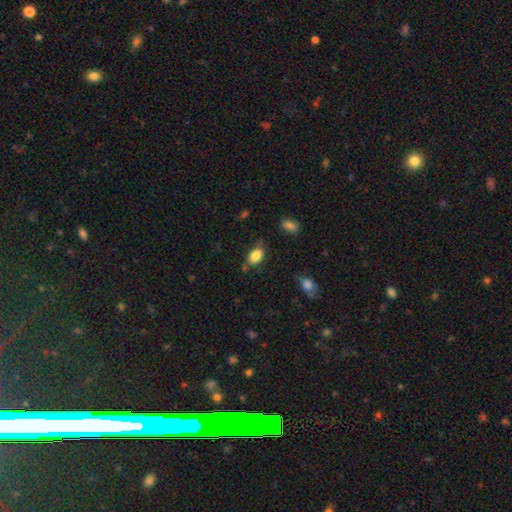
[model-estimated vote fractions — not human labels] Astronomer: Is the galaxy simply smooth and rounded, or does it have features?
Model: smooth — 84%.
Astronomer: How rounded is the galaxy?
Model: in between — 89%.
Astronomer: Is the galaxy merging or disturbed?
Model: none — 68%.